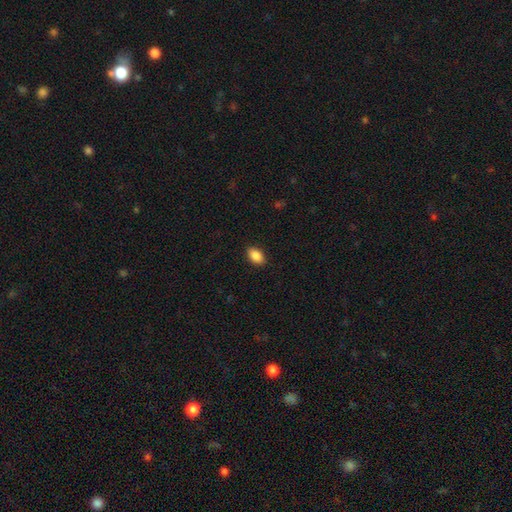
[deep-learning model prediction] The model was most divided on "merging": none: 88%, minor disturbance: 9%, major disturbance: 2%, merger: 1%. More confident: how rounded — in between (90%); smooth or featured — smooth (88%).